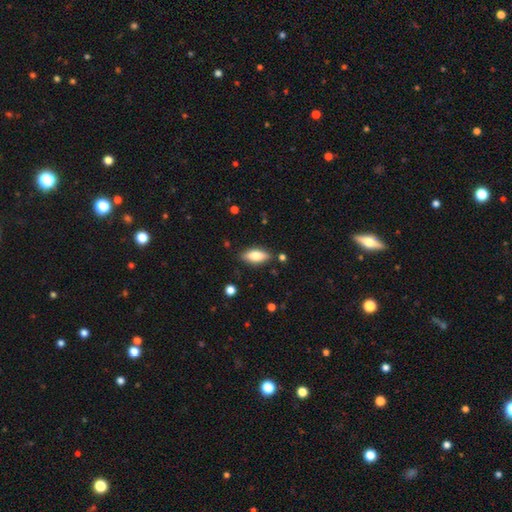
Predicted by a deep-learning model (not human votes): This appears to be a smooth galaxy with no disk features (73%) that is in between round and cigar-shaped (78%). Merging: none (84%).